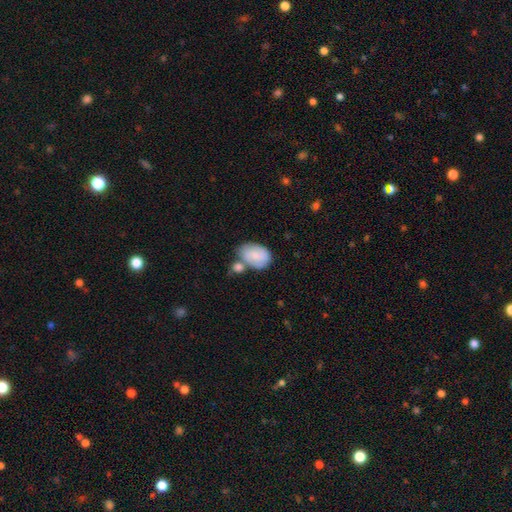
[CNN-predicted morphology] Overall: smooth (72%). How rounded: in between (84%). Merging: none (39%; merger 34%).